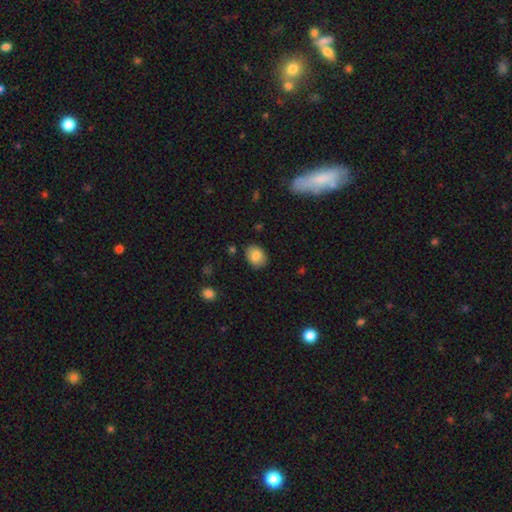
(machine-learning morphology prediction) Smooth or featured? smooth (84%)
How rounded? in between (60%)
Merging? none (83%)